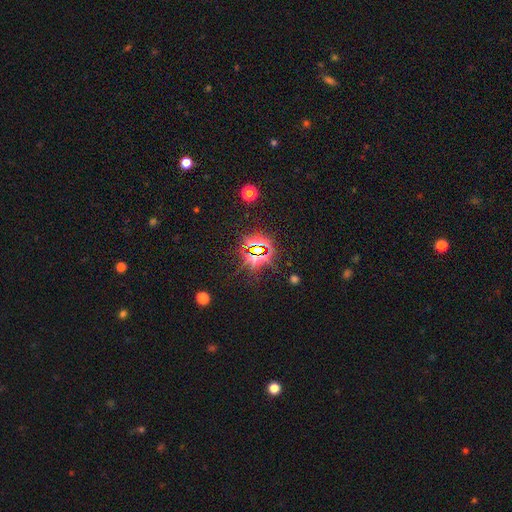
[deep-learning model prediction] This appears to be a star or artifact, not a galaxy (79%).